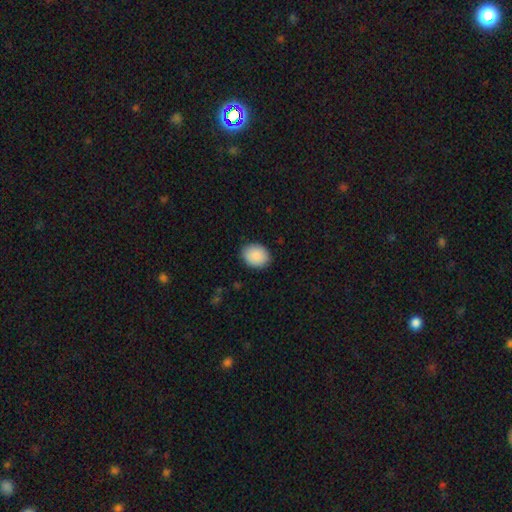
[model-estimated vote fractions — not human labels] Smooth or featured? Predicted: smooth (p=0.90). How rounded? Predicted: round (p=0.50). Merging? Predicted: none (p=0.88).